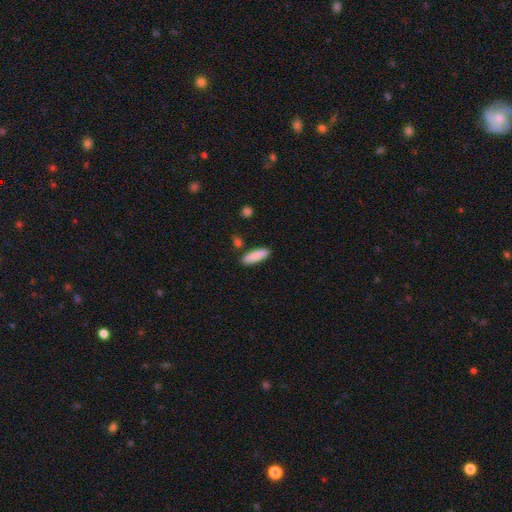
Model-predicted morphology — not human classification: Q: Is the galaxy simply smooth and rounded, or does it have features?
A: smooth — 88%.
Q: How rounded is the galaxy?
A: in between — 52%.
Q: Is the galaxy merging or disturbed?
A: none — 85%.